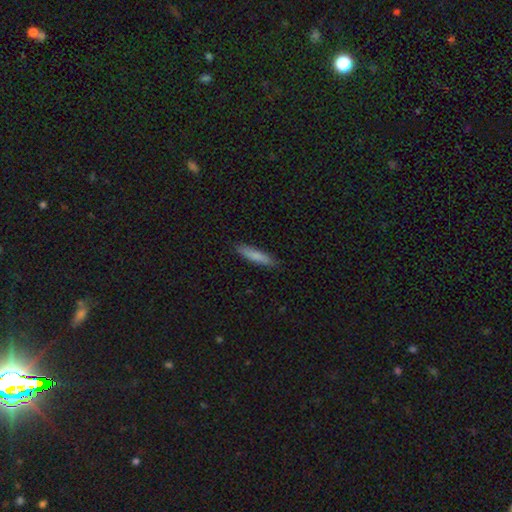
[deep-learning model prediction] smooth-or-featured: smooth: 82% | featured or disk: 12% | star or artifact: 6%
  how-rounded: cigar-shaped: 85% | in between: 14% | round: 1%
  merging: none: 88% | minor disturbance: 9% | major disturbance: 2% | merger: 1%